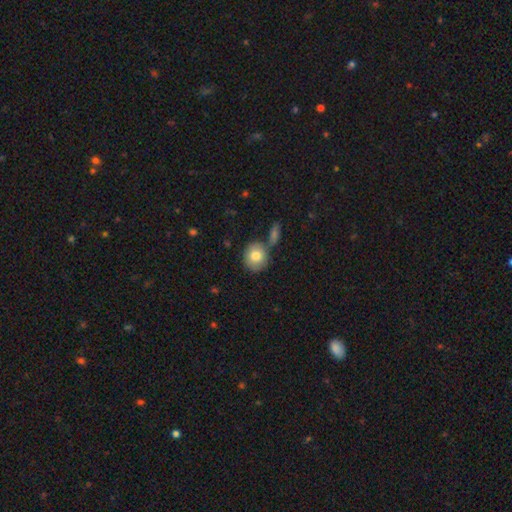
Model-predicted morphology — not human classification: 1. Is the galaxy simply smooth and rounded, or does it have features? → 80% smooth, 13% featured or disk, 8% star or artifact.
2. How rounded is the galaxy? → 82% round, 17% in between, 1% cigar-shaped.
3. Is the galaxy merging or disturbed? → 66% none, 19% merger, 12% minor disturbance, 3% major disturbance.